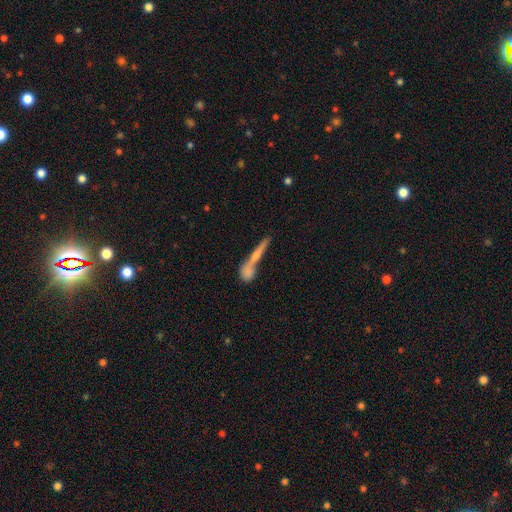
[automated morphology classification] Overall: smooth (42%; featured or disk 38%). Merging: merger (42%; none 39%).